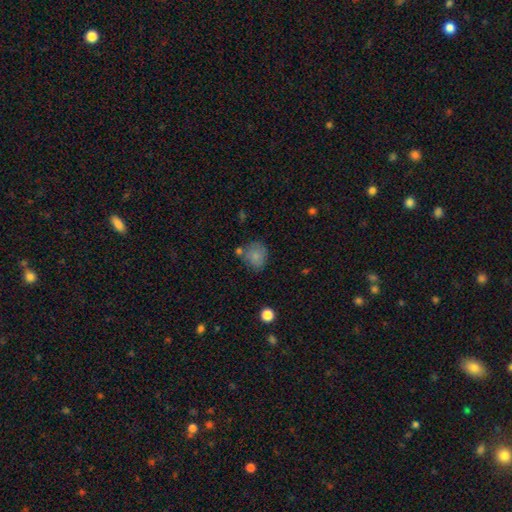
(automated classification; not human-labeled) Smooth or featured? Predicted: smooth (p=0.81). How rounded? Predicted: round (p=0.67). Merging? Predicted: none (p=0.58).